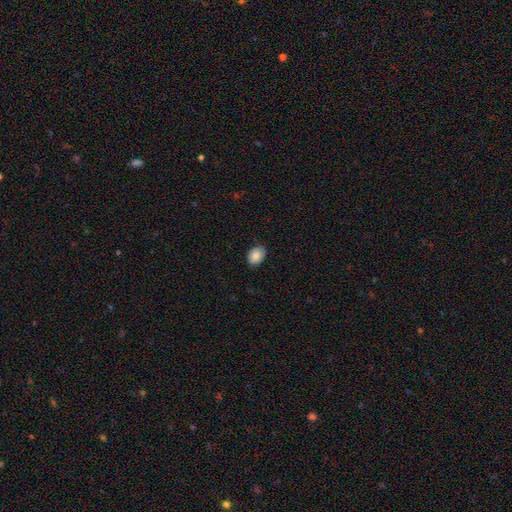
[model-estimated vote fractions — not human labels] Smooth or featured? Predicted: smooth (p=0.87). How rounded? Predicted: in between (p=0.71). Merging? Predicted: none (p=0.85).